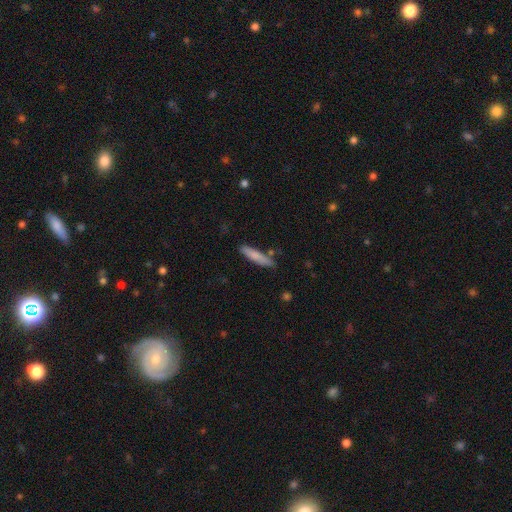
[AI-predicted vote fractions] A smooth galaxy with no disk features (77%) that is cigar-shaped (87%).

Vote fractions:
- Smooth or featured? smooth: 77% / featured or disk: 17% / star or artifact: 6%
- How rounded? cigar-shaped: 87% / in between: 12% / round: 1%
- Merging? none: 80% / minor disturbance: 13% / merger: 4% / major disturbance: 3%